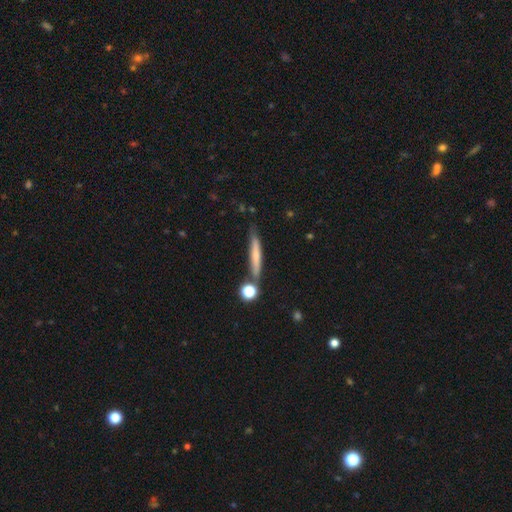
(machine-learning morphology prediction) smooth 57%, featured or disk 36%, star or artifact 8%. Down the decision tree: how rounded — cigar-shaped (92%); merging — none (74%).